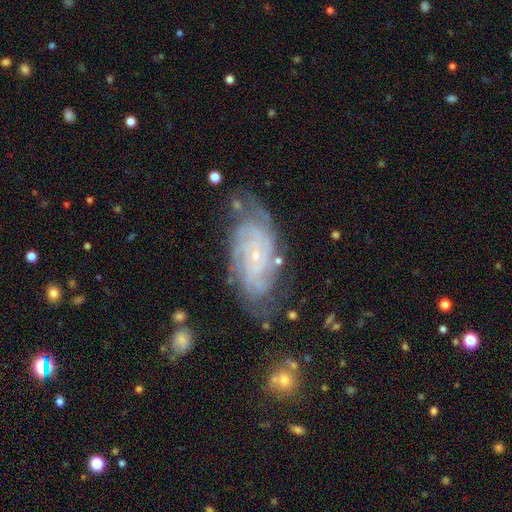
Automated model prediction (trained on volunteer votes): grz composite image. It shows a featured or disk galaxy (85%) with no bar (74%), tight (75%) spiral arms (97%) and a small central bulge (85%). Merging: none (67%).